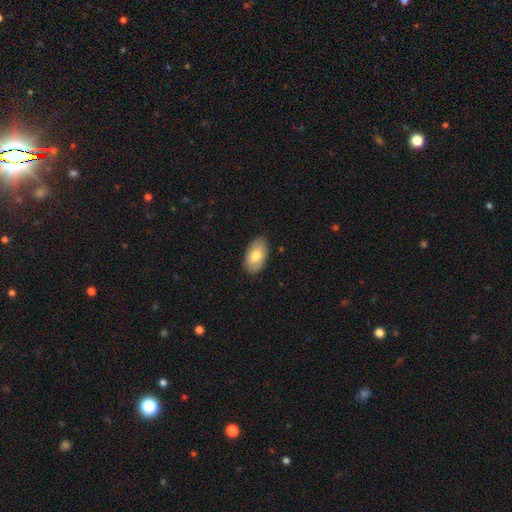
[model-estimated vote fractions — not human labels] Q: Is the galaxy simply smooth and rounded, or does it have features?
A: smooth — 74%.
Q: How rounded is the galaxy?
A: in between — 94%.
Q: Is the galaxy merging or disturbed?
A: none — 86%.